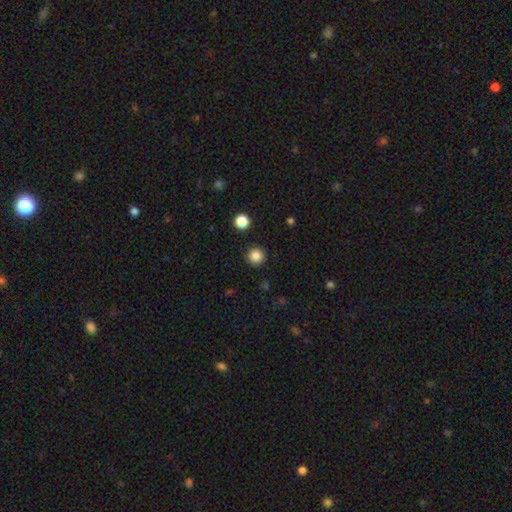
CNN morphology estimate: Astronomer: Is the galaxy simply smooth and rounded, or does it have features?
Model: smooth — 85%.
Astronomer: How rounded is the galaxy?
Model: round — 96%.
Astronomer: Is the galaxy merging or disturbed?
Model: none — 92%.